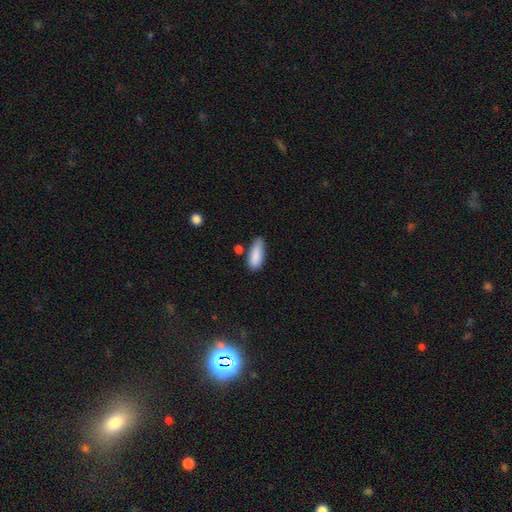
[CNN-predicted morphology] smooth_or_featured: smooth (p=0.87) [alt: star or artifact p=0.07]
how_rounded: in between (p=0.73) [alt: cigar-shaped p=0.25]
merging: none (p=0.57) [alt: minor disturbance p=0.29]